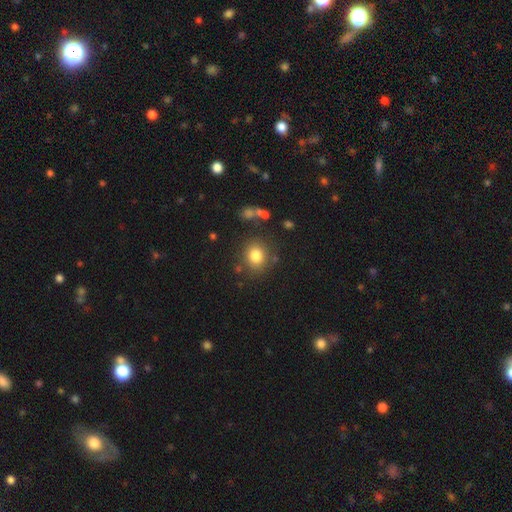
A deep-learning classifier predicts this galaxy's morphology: A smooth galaxy with no disk features (81%) that is round (77%).

Vote fractions:
- Smooth or featured? smooth: 81% / star or artifact: 11% / featured or disk: 8%
- How rounded? round: 77% / in between: 22% / cigar-shaped: 1%
- Merging? none: 81% / minor disturbance: 11% / merger: 5% / major disturbance: 4%